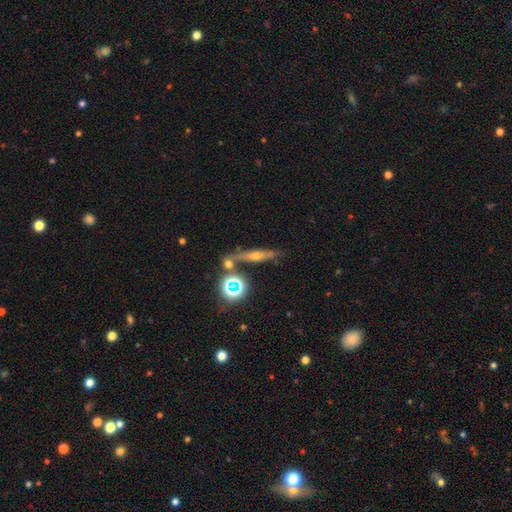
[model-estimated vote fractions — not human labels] Overall: featured or disk (55%; smooth 26%). Edge-on disk: yes (88%). Merging: none (73%).